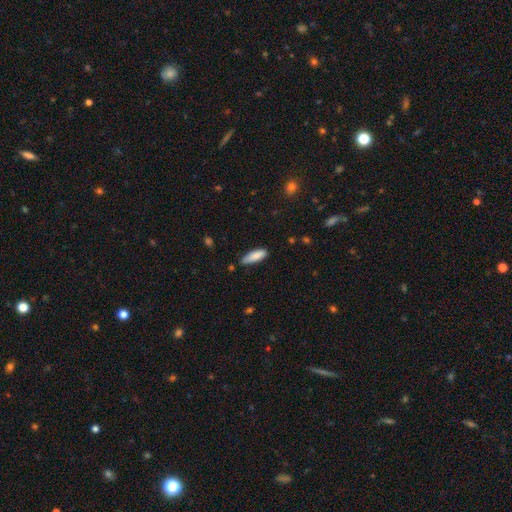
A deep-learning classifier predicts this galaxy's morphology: The model was most divided on "how rounded": in between: 55%, cigar-shaped: 44%, round: 1%. More confident: smooth or featured — smooth (86%); merging — none (71%).